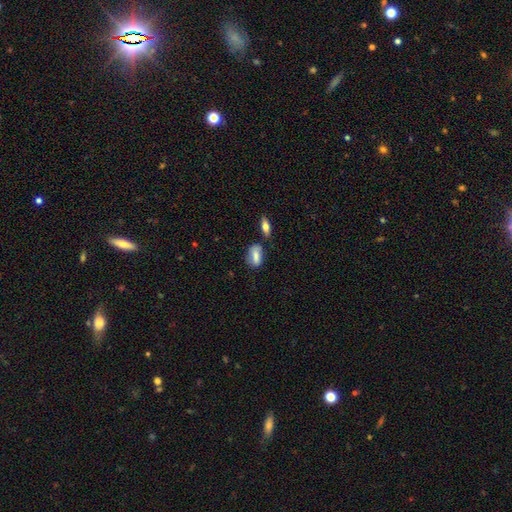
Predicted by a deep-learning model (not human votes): Smooth or featured? Predicted: smooth (p=0.75). How rounded? Predicted: in between (p=0.85). Merging? Predicted: none (p=0.63).